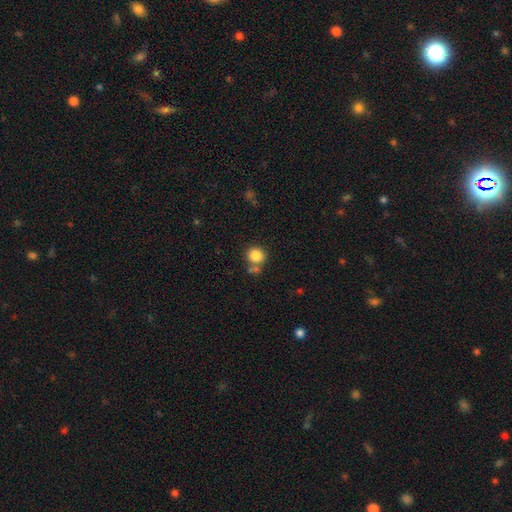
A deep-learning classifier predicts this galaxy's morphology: Smooth or featured? Predicted: smooth (p=0.84). How rounded? Predicted: round (p=0.87). Merging? Predicted: none (p=0.65).